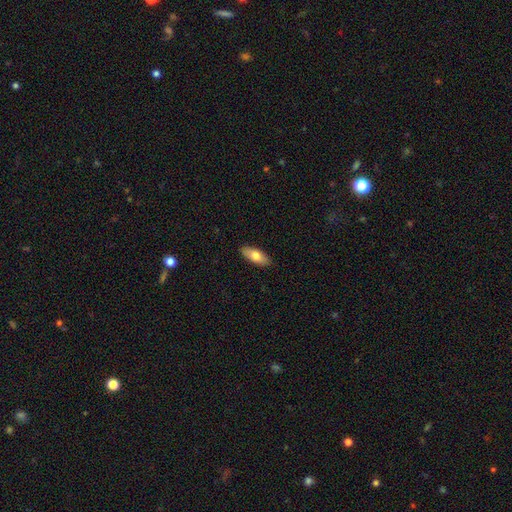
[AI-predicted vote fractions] smooth_or_featured: smooth (p=0.75) [alt: featured or disk p=0.20]
how_rounded: in between (p=0.77) [alt: cigar-shaped p=0.20]
merging: none (p=0.89) [alt: minor disturbance p=0.08]